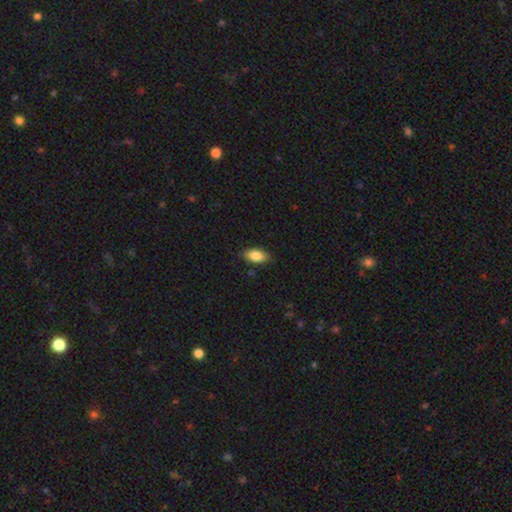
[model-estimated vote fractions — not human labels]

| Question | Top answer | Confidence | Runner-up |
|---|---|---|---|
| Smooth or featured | smooth | 86% | star or artifact (7%) |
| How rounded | in between | 91% | cigar-shaped (5%) |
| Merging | none | 85% | minor disturbance (12%) |